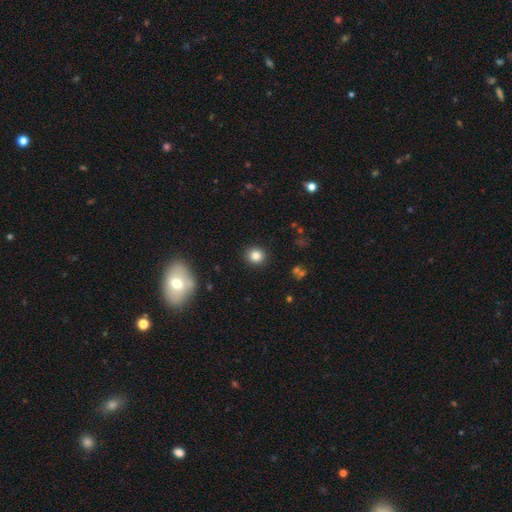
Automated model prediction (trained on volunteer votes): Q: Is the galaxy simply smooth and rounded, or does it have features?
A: smooth — 83%.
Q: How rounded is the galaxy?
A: round — 86%.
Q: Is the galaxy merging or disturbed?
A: none — 91%.